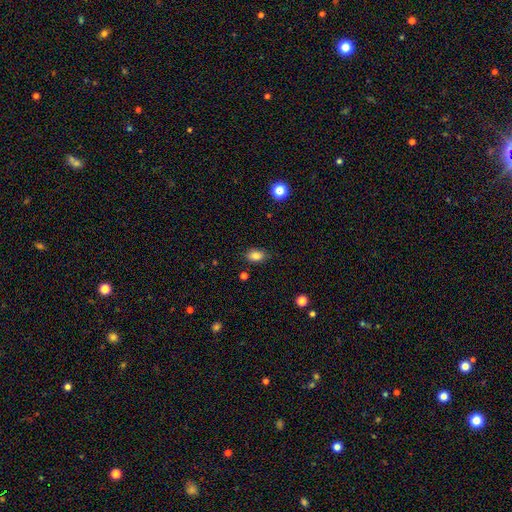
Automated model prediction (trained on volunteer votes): Q: Smooth or featured?
A: smooth (84%); runner-up: star or artifact (10%)
Q: How rounded?
A: in between (81%); runner-up: round (17%)
Q: Merging?
A: none (81%); runner-up: minor disturbance (14%)